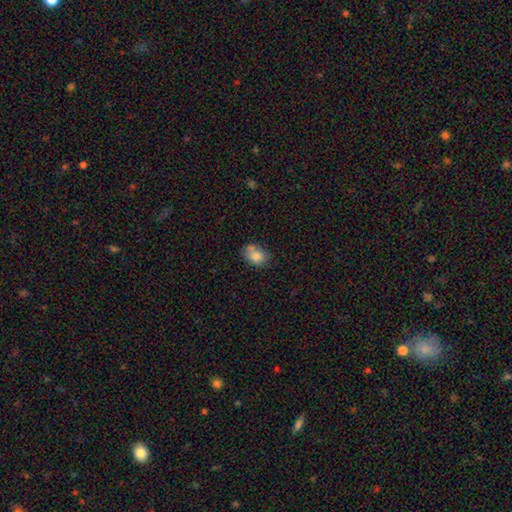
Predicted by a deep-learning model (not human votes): smooth-or-featured: smooth: 79% | featured or disk: 12% | star or artifact: 9%
  how-rounded: in between: 65% | round: 33% | cigar-shaped: 1%
  merging: none: 51% | minor disturbance: 23% | merger: 20% | major disturbance: 6%